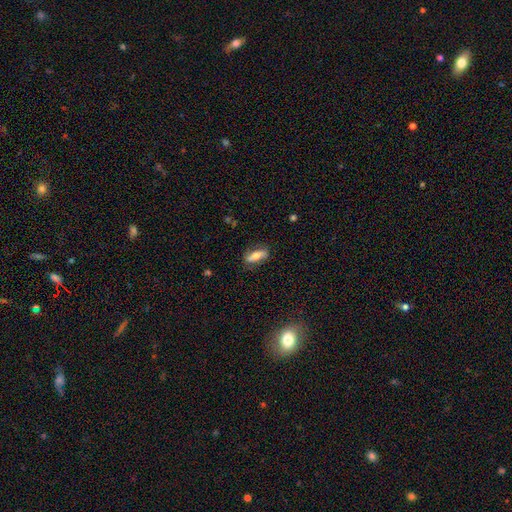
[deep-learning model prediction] This is possibly a smooth galaxy (57%). How rounded: likely in between (66%). Merging: likely none (78%).